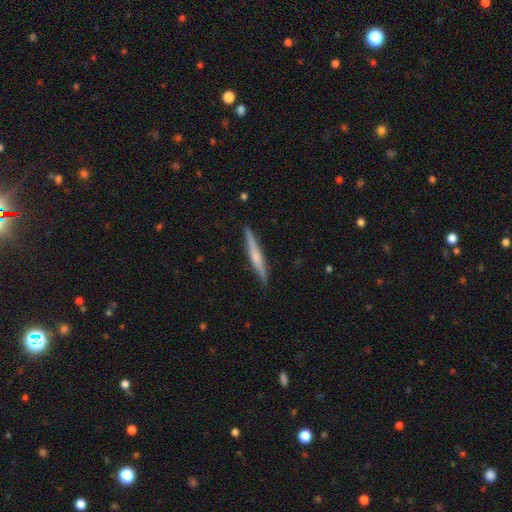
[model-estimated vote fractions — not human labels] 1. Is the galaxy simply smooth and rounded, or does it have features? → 56% featured or disk, 39% smooth, 6% star or artifact.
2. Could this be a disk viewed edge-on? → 98% yes, 2% no.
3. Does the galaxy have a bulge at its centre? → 59% rounded, 31% none, 9% boxy.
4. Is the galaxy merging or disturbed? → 91% none, 7% minor disturbance, 1% major disturbance, 1% merger.